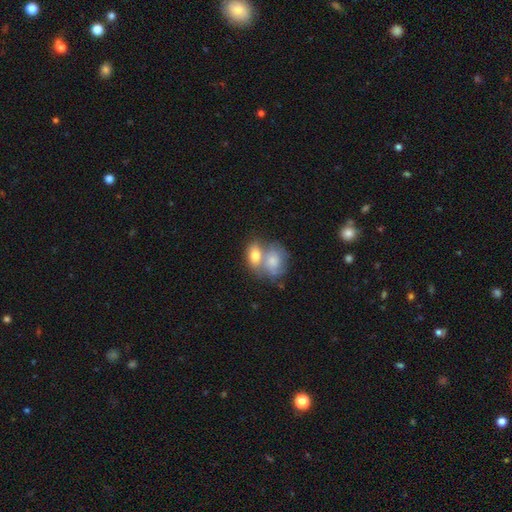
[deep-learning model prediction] Smooth or featured: smooth — 73% (featured or disk — 21%)
How rounded: in between — 73% (round — 24%)
Merging: merger — 62% (none — 24%)